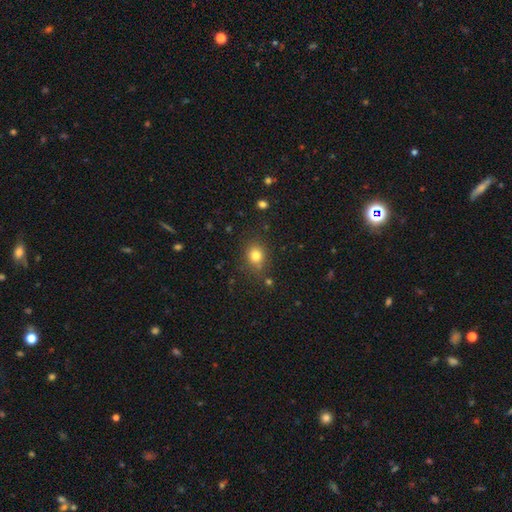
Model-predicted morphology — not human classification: type=smooth (79%); roundness=round (67%); merging=none (79%).